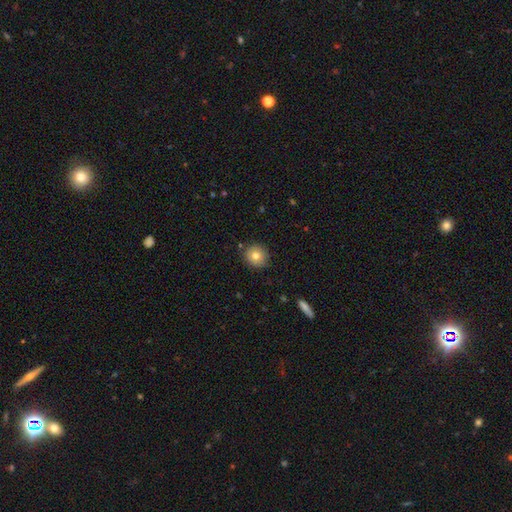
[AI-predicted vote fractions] Overall: smooth (78%). How rounded: round (91%). Merging: none (88%).